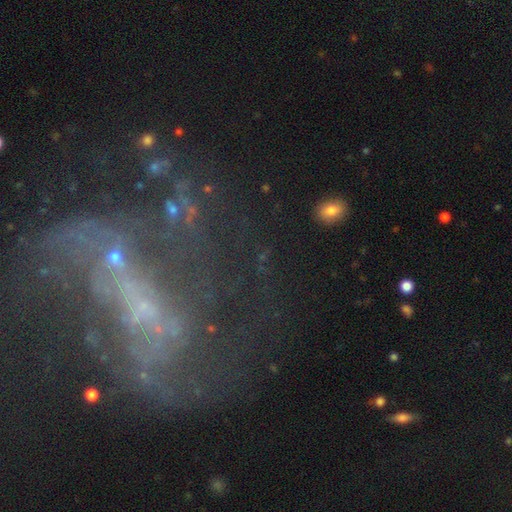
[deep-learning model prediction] Overall: featured or disk (74%). Edge-on disk: no (97%). Bar: no (39%; weak 36%). Spiral arms: yes (70%). Spiral arm count: 2 (51%; can't tell 24%). Spiral winding: loose (54%; medium 33%). Bulge size: small (44%; none 42%). Merging: none (45%; major disturbance 31%).